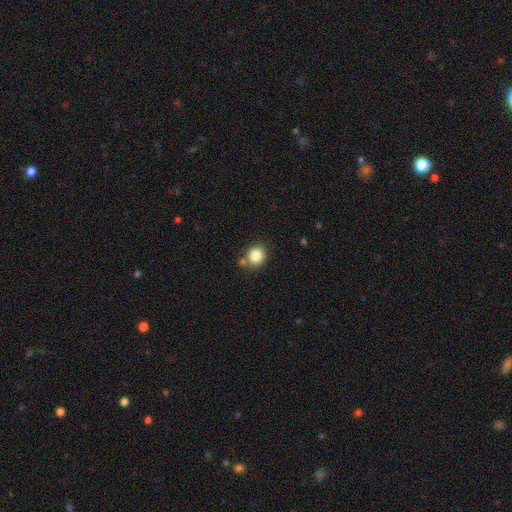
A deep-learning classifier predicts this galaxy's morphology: This is clearly a smooth galaxy (84%). How rounded: clearly round (86%). Merging: likely none (74%).